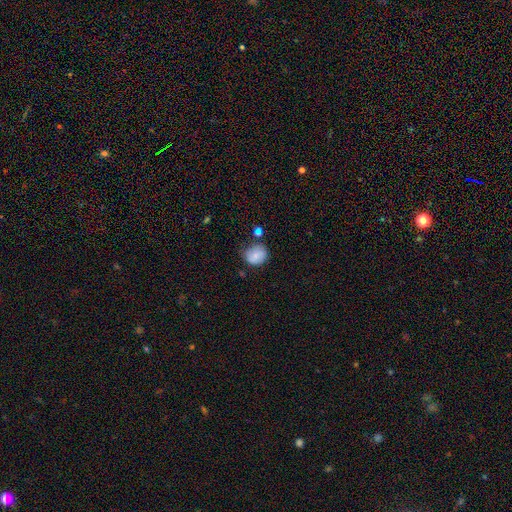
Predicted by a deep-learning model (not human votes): Smooth or featured? Predicted: smooth (p=0.77). How rounded? Predicted: round (p=0.74). Merging? Predicted: none (p=0.59).